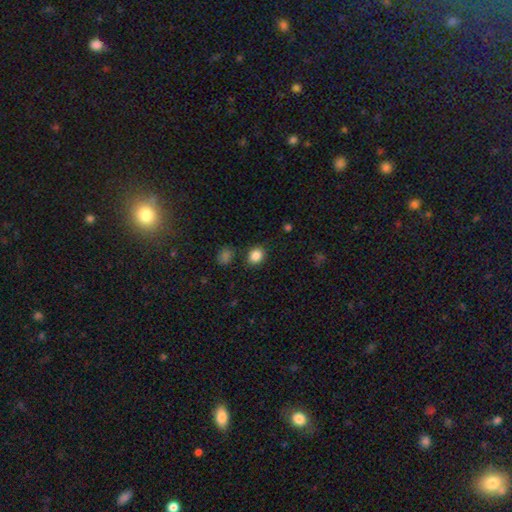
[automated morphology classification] Overall: smooth (86%). How rounded: round (64%; in between 35%). Merging: none (83%).